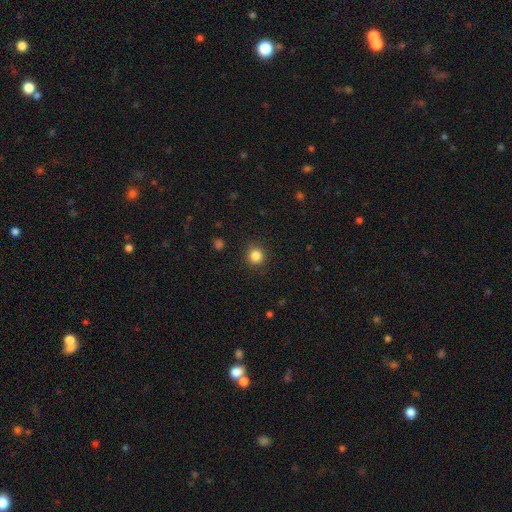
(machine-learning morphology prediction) smooth-or-featured: smooth: 84% | star or artifact: 12% | featured or disk: 4%
  how-rounded: round: 92% | in between: 7% | cigar-shaped: 1%
  merging: none: 88% | minor disturbance: 8% | major disturbance: 3% | merger: 1%